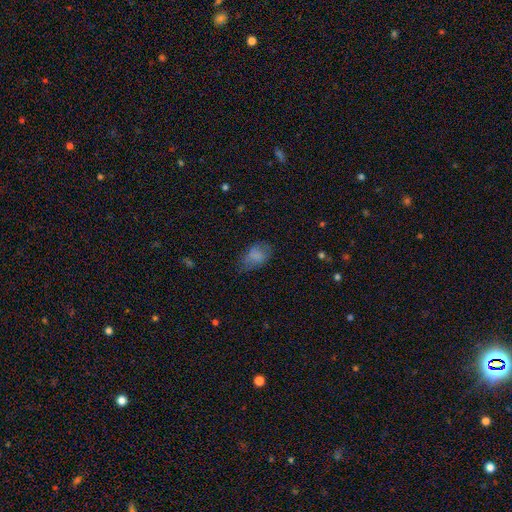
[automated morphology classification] Smooth or featured? smooth (77%)
How rounded? in between (86%)
Merging? none (54%)